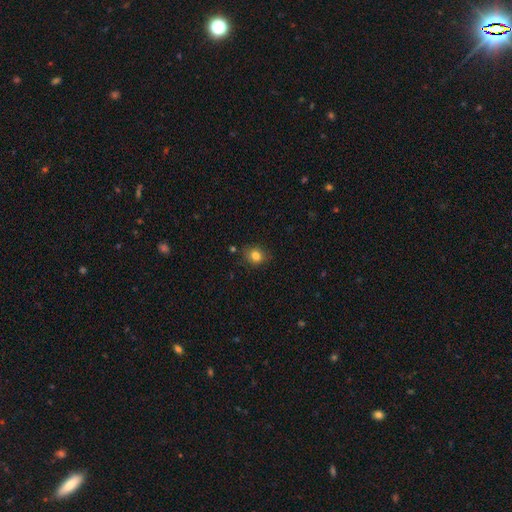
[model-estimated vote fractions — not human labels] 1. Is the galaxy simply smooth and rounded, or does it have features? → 82% smooth, 11% star or artifact, 7% featured or disk.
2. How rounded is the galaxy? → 65% round, 34% in between, 1% cigar-shaped.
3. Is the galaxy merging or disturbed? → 81% none, 14% minor disturbance, 3% major disturbance, 2% merger.